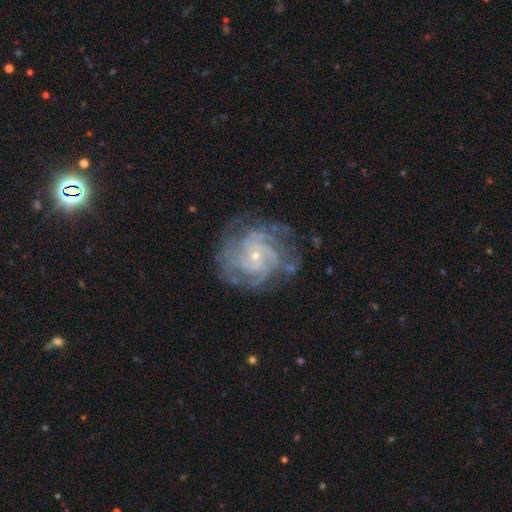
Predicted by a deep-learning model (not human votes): Morphology: type=featured or disk (89%); edge-on=no (98%); bar=no (72%); spiral arms=yes (97%); winding=tight (67%); arm count=4 (31%); bulge=small (82%); merging=none (72%).